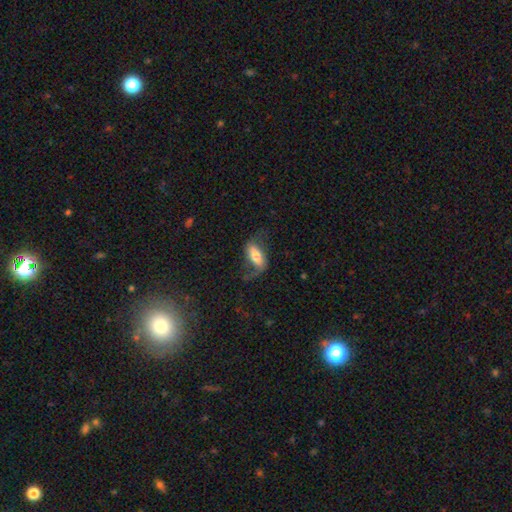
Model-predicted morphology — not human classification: Smooth or featured? Predicted: featured or disk (p=0.52). Edge-on disk? Predicted: no (p=0.84). Merging? Predicted: none (p=0.55).